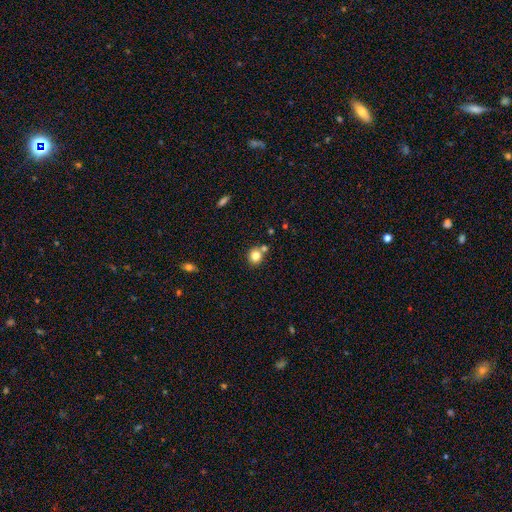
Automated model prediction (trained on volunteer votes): The model was most divided on "merging": none: 66%, merger: 22%, minor disturbance: 10%, major disturbance: 3%. More confident: how rounded — round (84%); smooth or featured — smooth (81%).